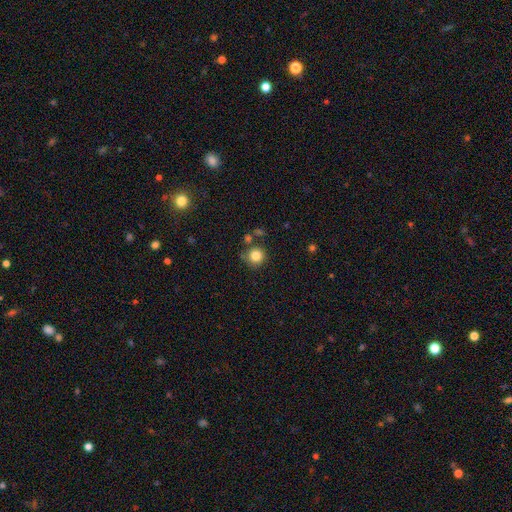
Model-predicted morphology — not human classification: Smooth or featured?
  - smooth: 83% *
  - star or artifact: 11%
  - featured or disk: 6%
How rounded?
  - round: 93% *
  - in between: 6%
  - cigar-shaped: 1%
Merging?
  - none: 78% *
  - minor disturbance: 10%
  - merger: 8%
  - major disturbance: 3%